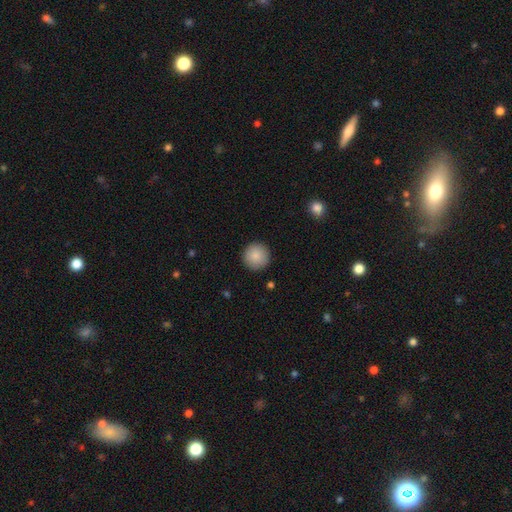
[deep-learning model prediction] The model was most divided on "smooth or featured": smooth: 88%, star or artifact: 7%, featured or disk: 5%. More confident: how rounded — round (96%); merging — none (92%).